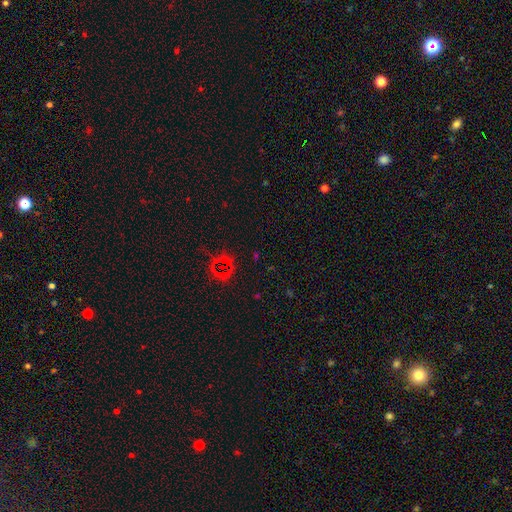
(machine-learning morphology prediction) Smooth or featured? star or artifact (72%)